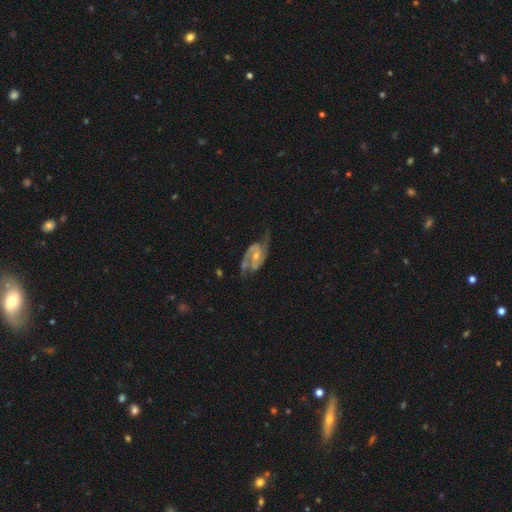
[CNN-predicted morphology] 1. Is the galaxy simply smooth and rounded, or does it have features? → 89% featured or disk, 6% smooth, 5% star or artifact.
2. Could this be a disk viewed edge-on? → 97% no, 3% yes.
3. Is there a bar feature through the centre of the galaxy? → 49% no, 37% weak, 14% strong.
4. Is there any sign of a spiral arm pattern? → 96% yes, 4% no.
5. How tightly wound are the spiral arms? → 51% medium, 28% loose, 21% tight.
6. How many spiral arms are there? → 90% 2, 3% can't tell, 3% 1, 2% 3, 1% 4, 1% more than 4.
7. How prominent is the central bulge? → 49% small, 45% moderate, 3% none, 2% large, 1% dominant.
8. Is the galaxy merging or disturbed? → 59% none, 22% minor disturbance, 16% major disturbance, 3% merger.